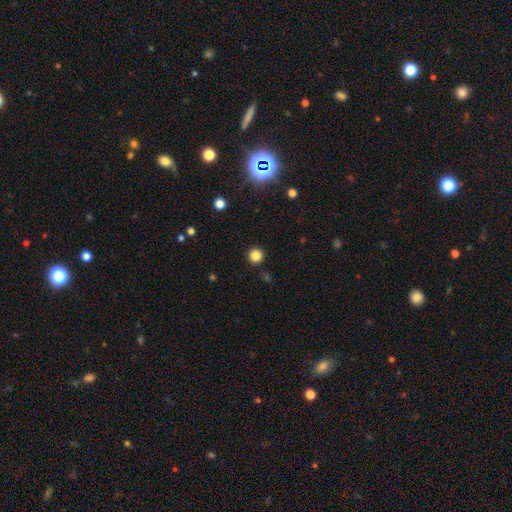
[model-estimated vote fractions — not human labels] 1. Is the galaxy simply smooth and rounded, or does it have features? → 84% smooth, 12% star or artifact, 4% featured or disk.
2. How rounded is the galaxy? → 95% round, 4% in between, 1% cigar-shaped.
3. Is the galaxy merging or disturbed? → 92% none, 5% minor disturbance, 2% major disturbance, 1% merger.